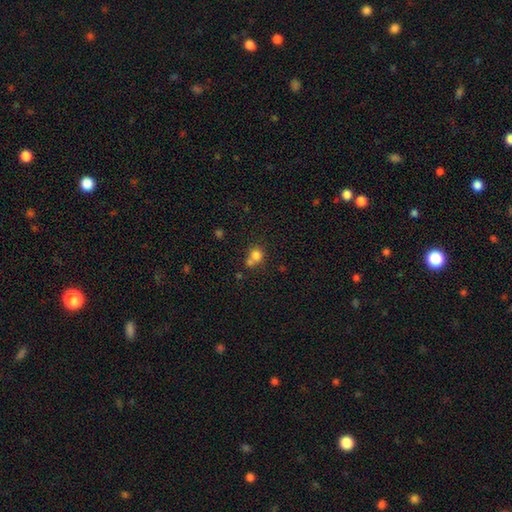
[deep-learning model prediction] A smooth galaxy with no disk features (78%) that is round (82%). Merging: none (44%).